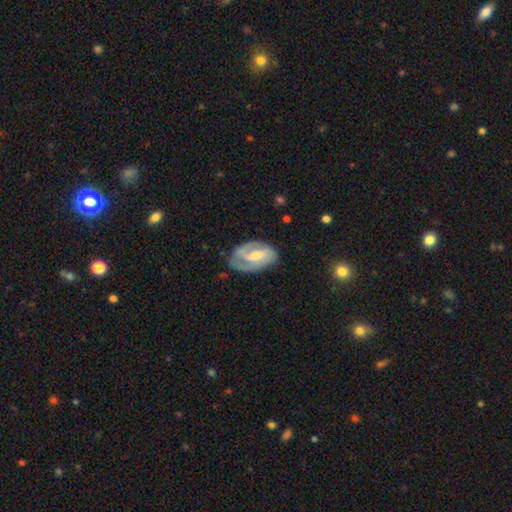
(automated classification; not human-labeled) Overall: featured or disk (71%). Edge-on disk: no (96%). Bar: weak (49%; strong 26%). Spiral arms: yes (85%). Spiral arm count: 2 (55%; can't tell 19%). Spiral winding: tight (41%, tied with medium). Bulge size: moderate (52%; small 30%). Merging: none (59%; minor disturbance 26%).